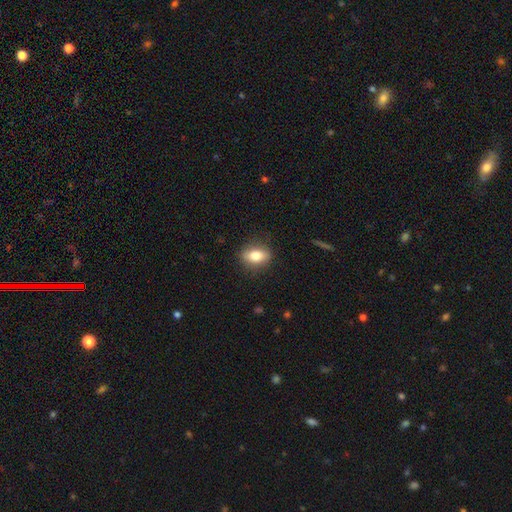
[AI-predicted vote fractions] This appears to be a smooth galaxy with no disk features (78%) that is in between round and cigar-shaped (78%). Merging: none (85%).